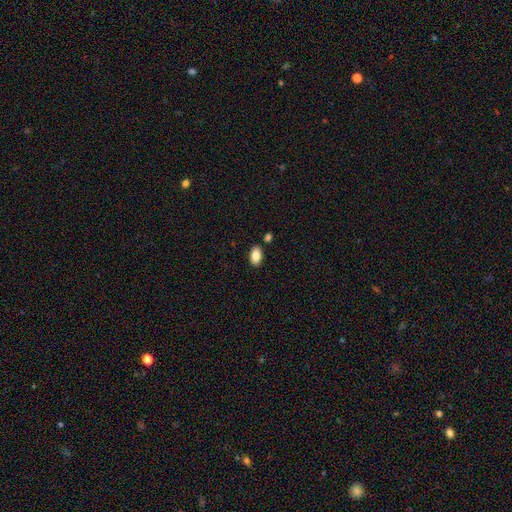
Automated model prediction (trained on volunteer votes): Smooth or featured?
  - smooth: 85% *
  - star or artifact: 8%
  - featured or disk: 8%
How rounded?
  - in between: 93% *
  - round: 5%
  - cigar-shaped: 2%
Merging?
  - none: 85% *
  - minor disturbance: 9%
  - merger: 4%
  - major disturbance: 2%